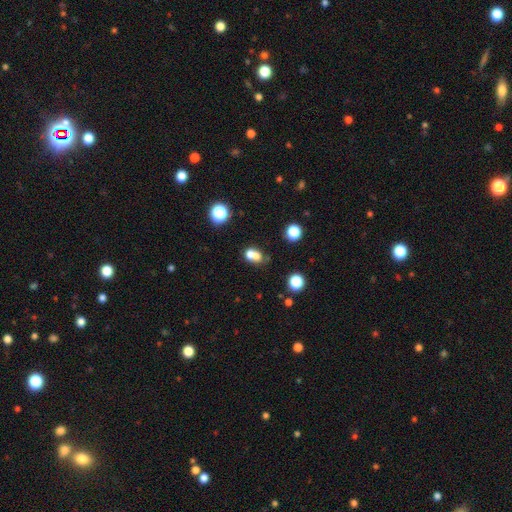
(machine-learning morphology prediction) Q: Smooth or featured?
A: smooth (70%); runner-up: featured or disk (15%)
Q: How rounded?
A: round (58%); runner-up: in between (40%)
Q: Merging?
A: merger (57%); runner-up: none (30%)